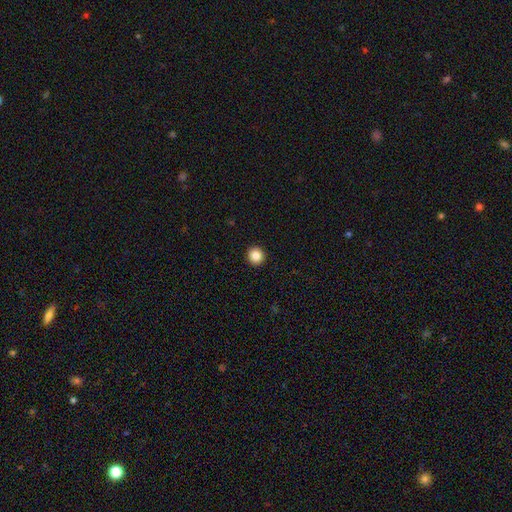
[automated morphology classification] Q: Smooth or featured?
A: smooth (86%); runner-up: star or artifact (10%)
Q: How rounded?
A: round (95%); runner-up: in between (4%)
Q: Merging?
A: none (94%); runner-up: minor disturbance (4%)